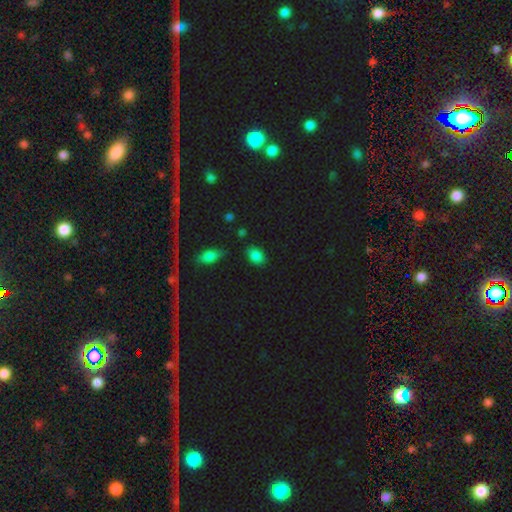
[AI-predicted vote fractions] A smooth galaxy with no disk features (84%) that is in between round and cigar-shaped (78%). Merging: none (78%).